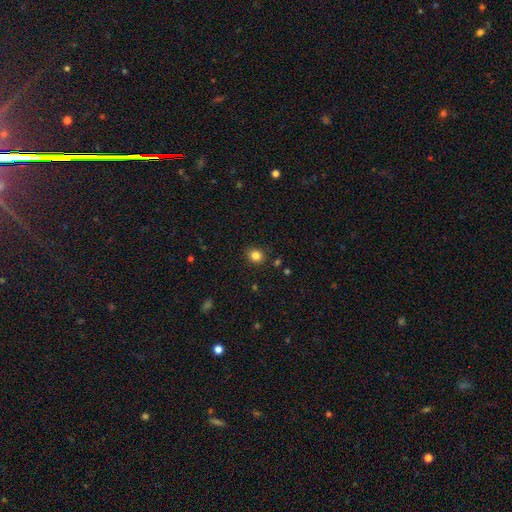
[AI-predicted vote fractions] Morphology: type=smooth (83%); roundness=round (78%); merging=none (89%).